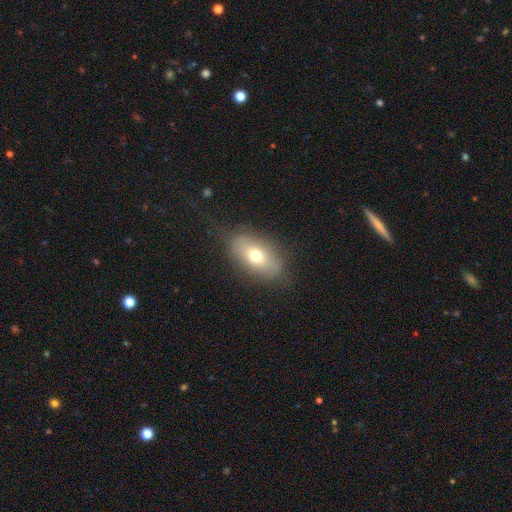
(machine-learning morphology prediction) Smooth or featured: smooth — 68% (featured or disk — 24%)
How rounded: in between — 87% (round — 9%)
Merging: none — 74% (minor disturbance — 18%)